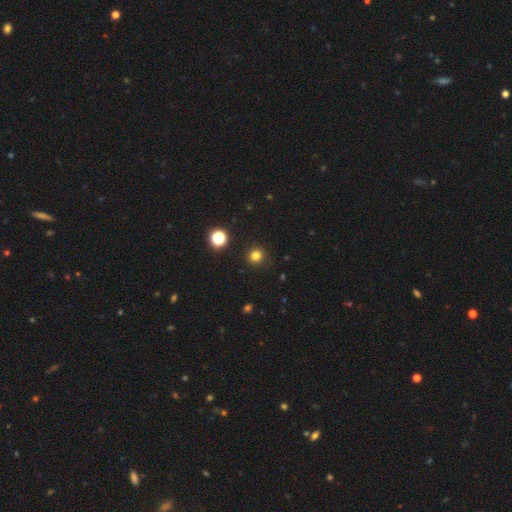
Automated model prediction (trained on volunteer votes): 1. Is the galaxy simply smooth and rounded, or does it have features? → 80% smooth, 15% star or artifact, 5% featured or disk.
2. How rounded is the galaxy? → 93% round, 6% in between, 1% cigar-shaped.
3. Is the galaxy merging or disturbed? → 92% none, 5% minor disturbance, 2% major disturbance, 1% merger.